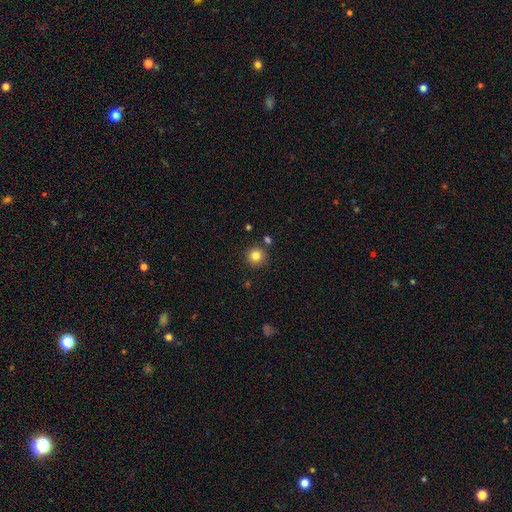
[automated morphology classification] A smooth galaxy with no disk features (82%) that is round (94%). Merging: none (85%).